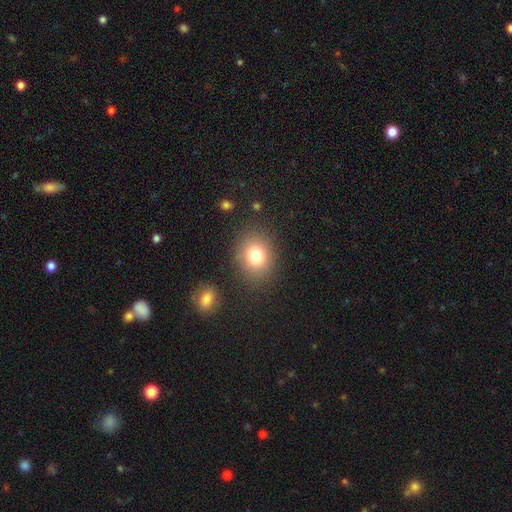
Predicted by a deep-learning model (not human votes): This is likely a smooth galaxy (78%). How rounded: possibly round (56%). Merging: clearly none (82%).